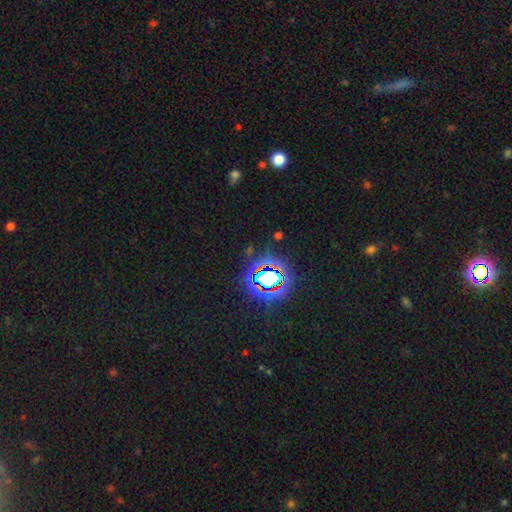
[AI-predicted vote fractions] star or artifact 79%, smooth 12%, featured or disk 8%.